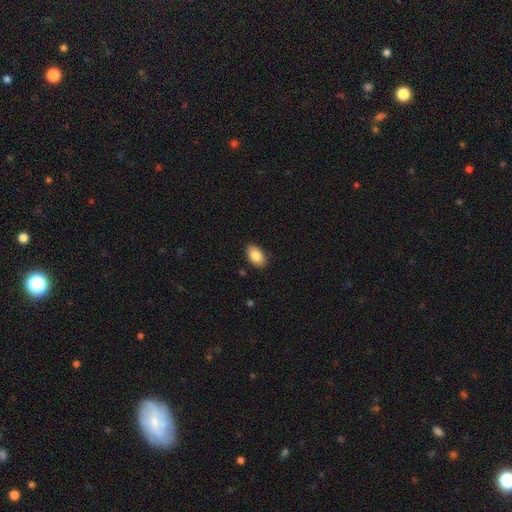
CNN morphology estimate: Smooth or featured?
  - smooth: 85% *
  - featured or disk: 8%
  - star or artifact: 7%
How rounded?
  - in between: 93% *
  - round: 6%
  - cigar-shaped: 1%
Merging?
  - none: 88% *
  - minor disturbance: 9%
  - major disturbance: 2%
  - merger: 1%